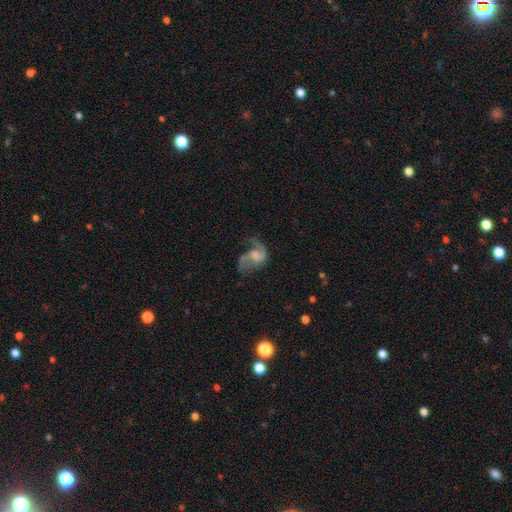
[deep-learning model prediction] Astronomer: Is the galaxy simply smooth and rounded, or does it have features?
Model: featured or disk — 76%.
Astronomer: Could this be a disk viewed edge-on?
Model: no — 98%.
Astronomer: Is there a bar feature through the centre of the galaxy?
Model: no — 53% (runner-up: weak, 39%).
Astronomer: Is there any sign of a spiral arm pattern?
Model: yes — 90%.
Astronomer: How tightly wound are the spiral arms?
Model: loose — 62%.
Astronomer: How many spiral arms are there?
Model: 2 — 76%.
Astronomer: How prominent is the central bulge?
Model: none — 31% (runner-up: moderate, 29%).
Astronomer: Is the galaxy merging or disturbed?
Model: none — 42% (runner-up: major disturbance, 33%).